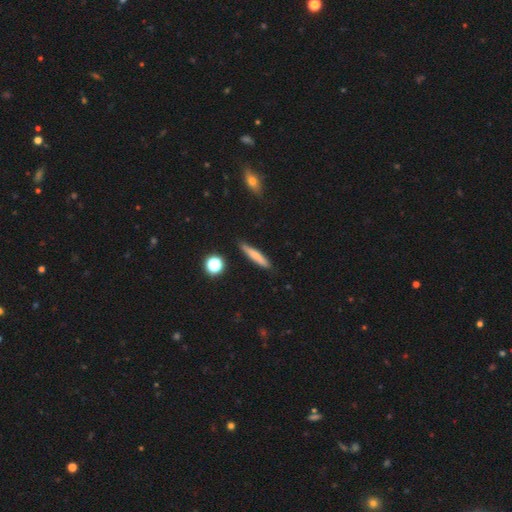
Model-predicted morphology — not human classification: Q: Smooth or featured?
A: smooth (70%); runner-up: featured or disk (21%)
Q: How rounded?
A: cigar-shaped (90%); runner-up: in between (8%)
Q: Merging?
A: none (86%); runner-up: minor disturbance (10%)